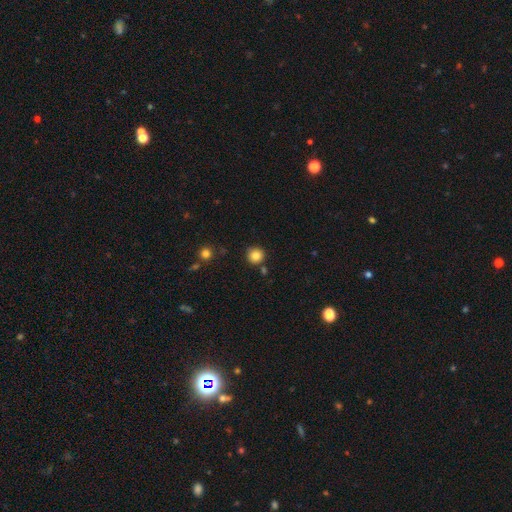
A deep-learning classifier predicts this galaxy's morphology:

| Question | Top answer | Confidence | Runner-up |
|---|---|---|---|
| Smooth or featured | smooth | 83% | star or artifact (11%) |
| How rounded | round | 94% | in between (5%) |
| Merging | none | 85% | minor disturbance (8%) |